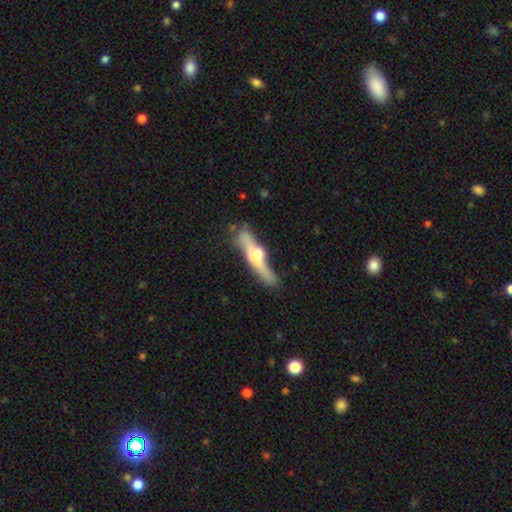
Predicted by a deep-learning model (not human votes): Smooth or featured?
  - featured or disk: 62% *
  - smooth: 32%
  - star or artifact: 6%
Edge-on disk?
  - yes: 91% *
  - no: 9%
Edge-on bulge?
  - rounded: 85% *
  - boxy: 9%
  - none: 5%
Merging?
  - none: 62% *
  - minor disturbance: 21%
  - major disturbance: 9%
  - merger: 8%